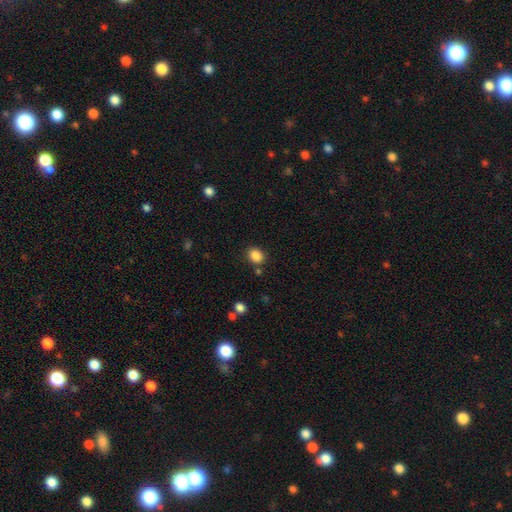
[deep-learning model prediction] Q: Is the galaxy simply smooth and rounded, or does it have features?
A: smooth — 86%.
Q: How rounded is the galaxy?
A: round — 57%.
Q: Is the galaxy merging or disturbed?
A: none — 81%.